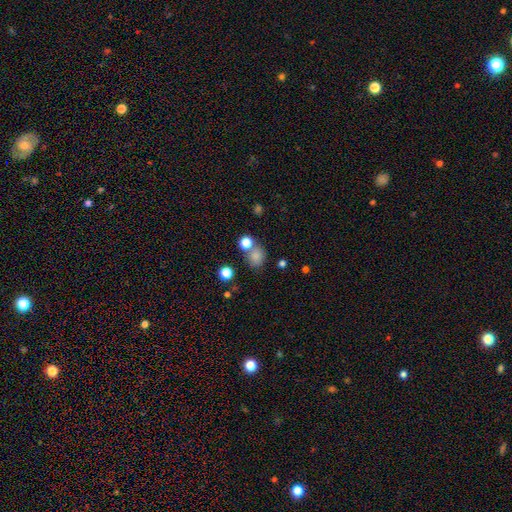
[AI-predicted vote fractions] The model was most divided on "merging": none: 60%, merger: 23%, minor disturbance: 12%, major disturbance: 5%. More confident: smooth or featured — smooth (80%); how rounded — round (68%).